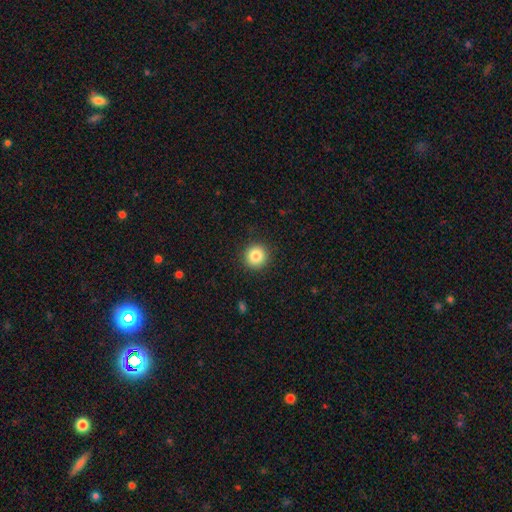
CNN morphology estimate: type=smooth (85%); roundness=round (94%); merging=none (92%).